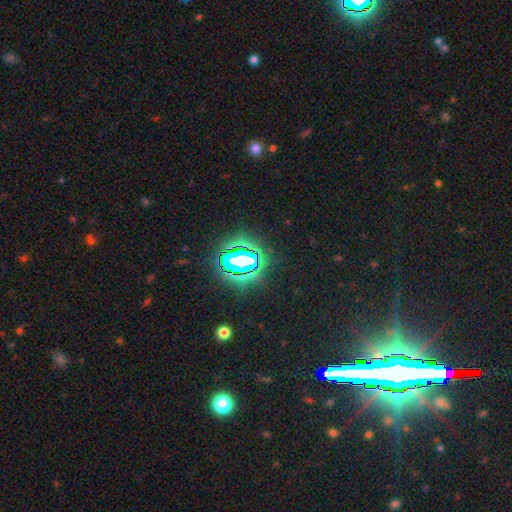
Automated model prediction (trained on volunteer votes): Overall: star or artifact (80%).